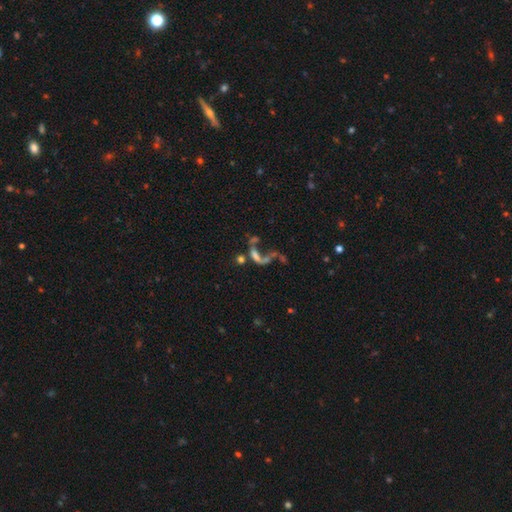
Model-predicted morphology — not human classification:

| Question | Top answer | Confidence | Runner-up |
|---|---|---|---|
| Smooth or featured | featured or disk | 40% | tied: smooth (40%) |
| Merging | merger | 41% | major disturbance (31%) |